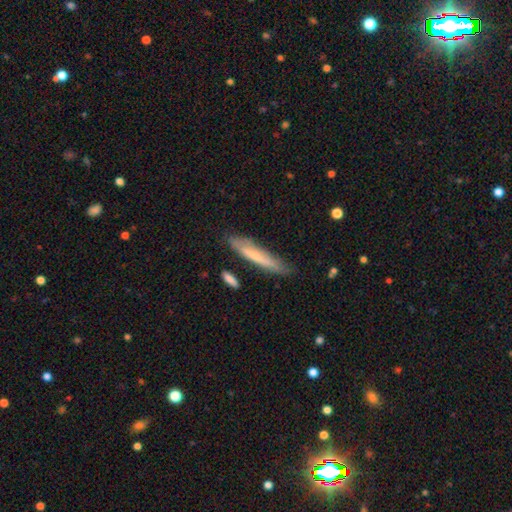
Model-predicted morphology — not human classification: This appears to be a smooth galaxy with no disk features (52%) that is cigar-shaped (88%). Merging: none (72%).